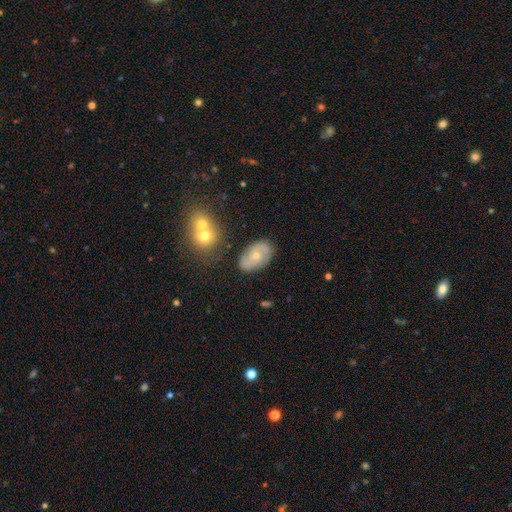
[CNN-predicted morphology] Q: Smooth or featured?
A: featured or disk (69%); runner-up: smooth (24%)
Q: Edge-on disk?
A: no (96%); runner-up: yes (4%)
Q: Bar?
A: no (66%); runner-up: weak (29%)
Q: Spiral arms?
A: yes (90%); runner-up: no (10%)
Q: Spiral winding?
A: medium (47%); runner-up: tight (35%)
Q: Spiral arm count?
A: 2 (80%); runner-up: can't tell (11%)
Q: Bulge size?
A: small (61%); runner-up: moderate (35%)
Q: Merging?
A: none (78%); runner-up: minor disturbance (15%)